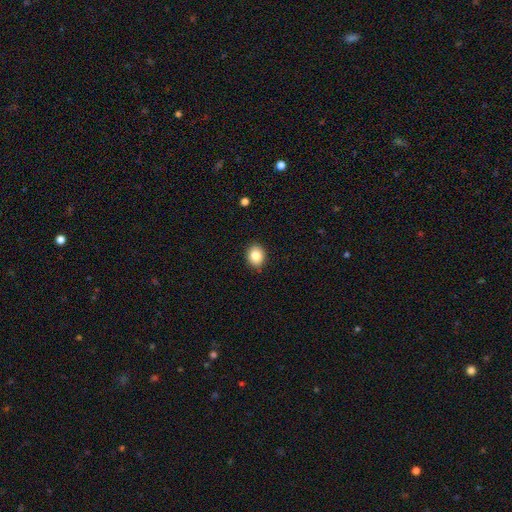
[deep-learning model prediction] Smooth or featured: smooth — 85% (star or artifact — 9%)
How rounded: round — 50% (in between — 49%)
Merging: none — 88% (minor disturbance — 9%)